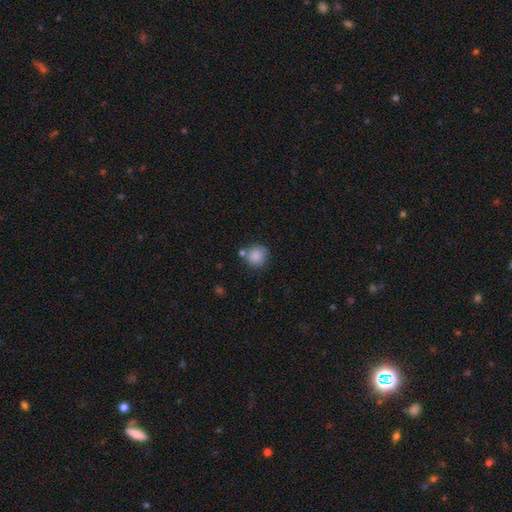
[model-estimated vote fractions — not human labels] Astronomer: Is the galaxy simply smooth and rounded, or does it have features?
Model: smooth — 86%.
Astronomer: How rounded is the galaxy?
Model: round — 90%.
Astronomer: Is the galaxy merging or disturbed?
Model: none — 69%.